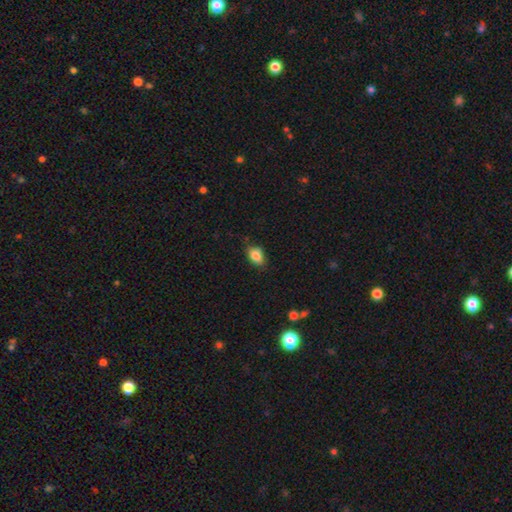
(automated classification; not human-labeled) smooth-or-featured: smooth: 85% | star or artifact: 9% | featured or disk: 6%
  how-rounded: in between: 82% | round: 17% | cigar-shaped: 2%
  merging: none: 77% | minor disturbance: 19% | major disturbance: 3% | merger: 1%